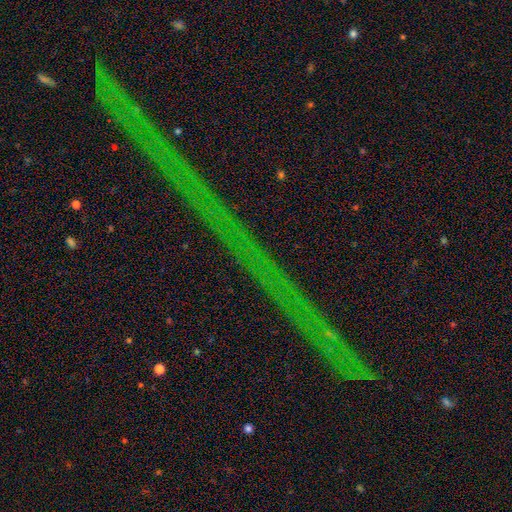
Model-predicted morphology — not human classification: This appears to be a star or artifact, not a galaxy (83%).